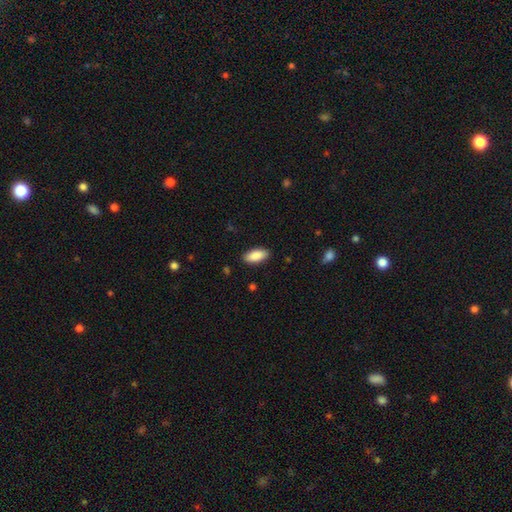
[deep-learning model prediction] Smooth or featured? Predicted: smooth (p=0.89). How rounded? Predicted: in between (p=0.89). Merging? Predicted: none (p=0.88).